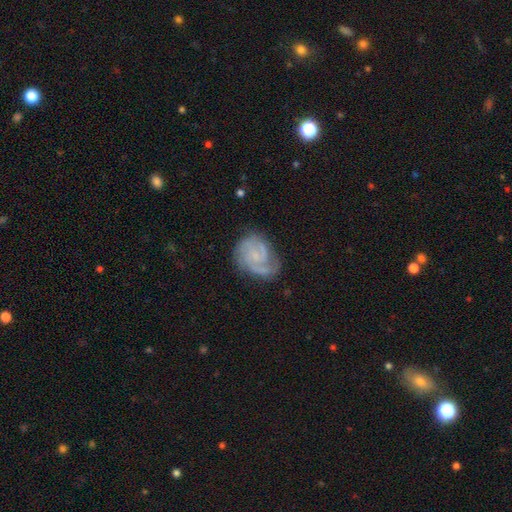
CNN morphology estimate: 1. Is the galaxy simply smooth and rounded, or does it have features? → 78% featured or disk, 15% smooth, 7% star or artifact.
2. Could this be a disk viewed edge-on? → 98% no, 2% yes.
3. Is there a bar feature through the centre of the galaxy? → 62% no, 33% weak, 5% strong.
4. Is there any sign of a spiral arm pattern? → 95% yes, 5% no.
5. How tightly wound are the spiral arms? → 50% tight, 39% medium, 11% loose.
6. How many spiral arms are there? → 45% 2, 20% 3, 19% can't tell, 9% 1, 4% 4, 3% more than 4.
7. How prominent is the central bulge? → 58% small, 29% none, 12% moderate, 1% large, 1% dominant.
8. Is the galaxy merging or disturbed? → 64% none, 22% minor disturbance, 12% major disturbance, 2% merger.